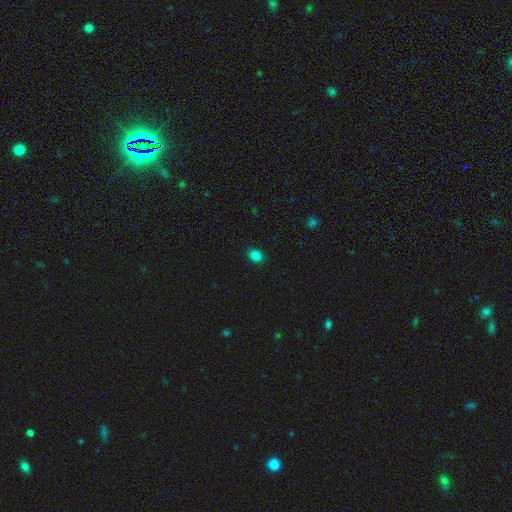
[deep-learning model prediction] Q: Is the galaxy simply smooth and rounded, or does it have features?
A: smooth — 84%.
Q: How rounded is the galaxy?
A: in between — 55%.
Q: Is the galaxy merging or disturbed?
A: none — 90%.